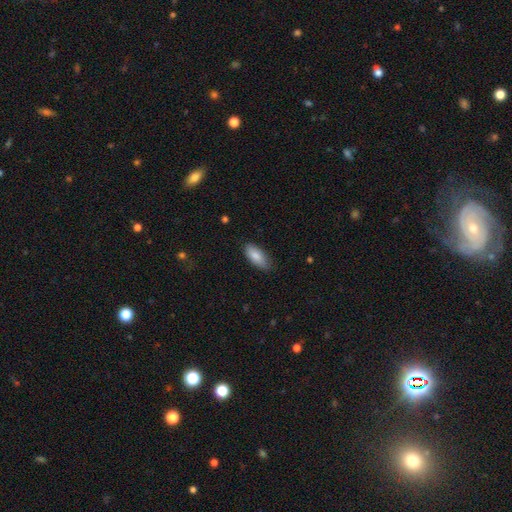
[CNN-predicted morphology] Overall: smooth (85%). How rounded: in between (84%). Merging: none (79%).